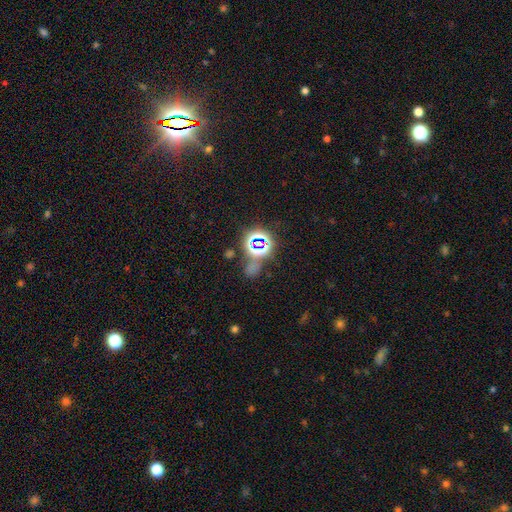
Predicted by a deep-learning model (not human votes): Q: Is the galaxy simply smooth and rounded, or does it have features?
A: star or artifact — 78%.